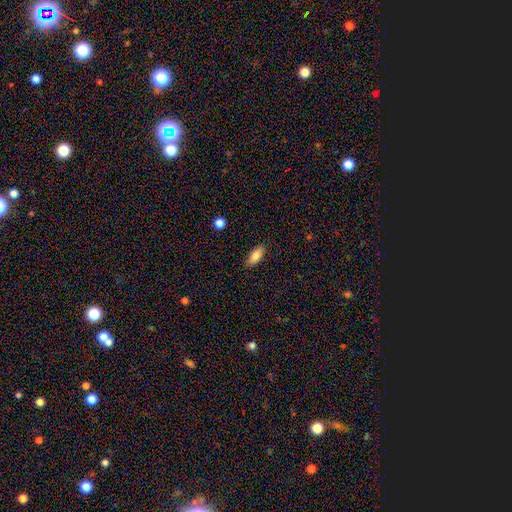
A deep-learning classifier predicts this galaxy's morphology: type=smooth (82%); roundness=in between (83%); merging=none (86%).